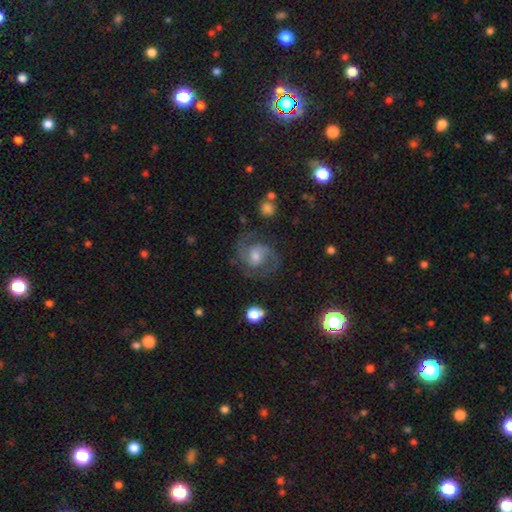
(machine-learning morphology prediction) smooth_or_featured: featured or disk (p=0.81) [alt: smooth p=0.11]
disk_edge_on: no (p=0.98) [alt: yes p=0.02]
bar: no (p=0.51) [alt: weak p=0.41]
has_spiral_arms: yes (p=0.96) [alt: no p=0.04]
spiral_winding: medium (p=0.55) [alt: tight p=0.29]
spiral_arm_count: 2 (p=0.83) [alt: can't tell p=0.06]
bulge_size: moderate (p=0.54) [alt: small p=0.35]
merging: none (p=0.75) [alt: minor disturbance p=0.15]